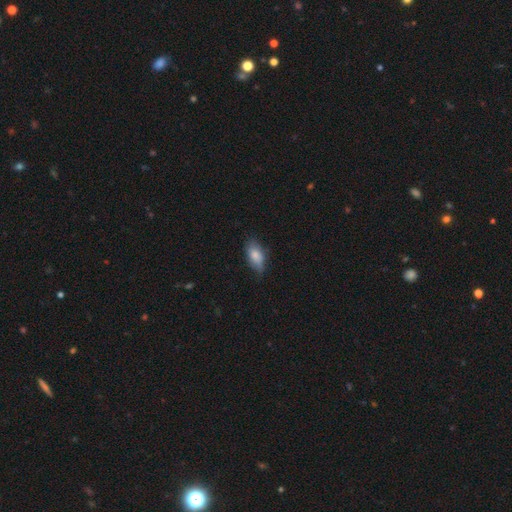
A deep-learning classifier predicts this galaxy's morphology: The model was most divided on "merging": none: 66%, minor disturbance: 28%, major disturbance: 5%, merger: 1%. More confident: how rounded — in between (89%); smooth or featured — smooth (80%).